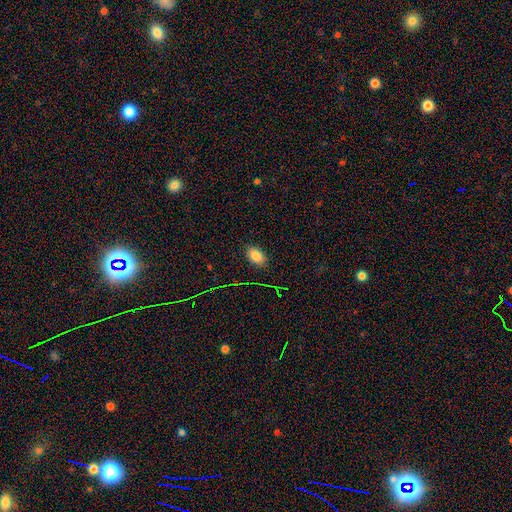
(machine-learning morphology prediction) A smooth galaxy with no disk features (80%) that is in between round and cigar-shaped (90%). Merging: none (86%).